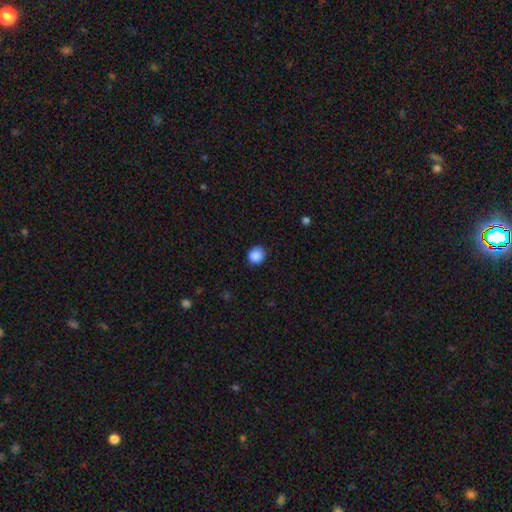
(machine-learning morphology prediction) Smooth or featured: smooth — 87% (star or artifact — 9%)
How rounded: round — 83% (in between — 16%)
Merging: none — 83% (minor disturbance — 13%)